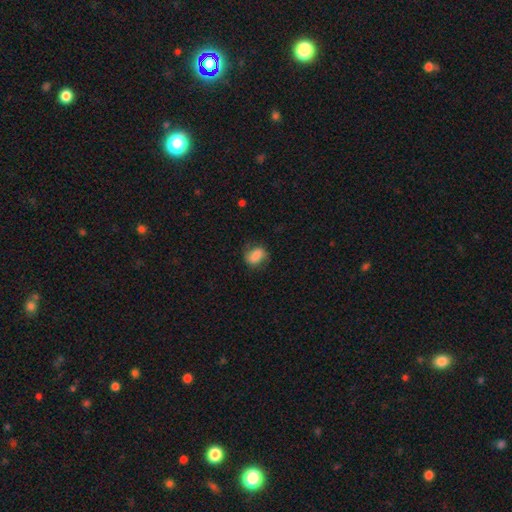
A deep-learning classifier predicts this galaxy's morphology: Smooth or featured: smooth — 78% (featured or disk — 14%)
How rounded: in between — 70% (round — 28%)
Merging: none — 71% (minor disturbance — 21%)